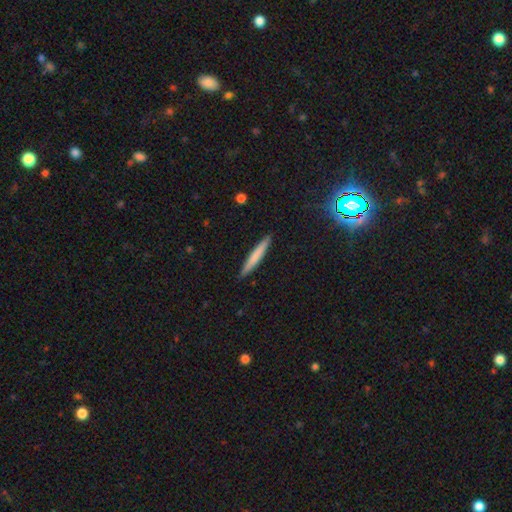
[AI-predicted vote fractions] smooth_or_featured: smooth (p=0.70) [alt: featured or disk p=0.25]
how_rounded: cigar-shaped (p=0.96) [alt: in between p=0.03]
merging: none (p=0.91) [alt: minor disturbance p=0.06]